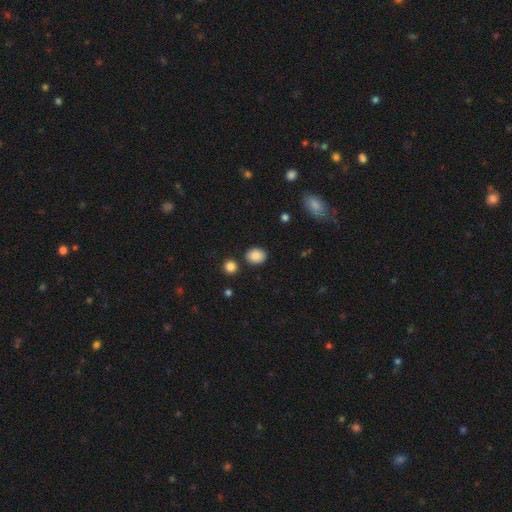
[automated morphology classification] smooth_or_featured: smooth (p=0.87) [alt: star or artifact p=0.09]
how_rounded: in between (p=0.55) [alt: round p=0.44]
merging: none (p=0.83) [alt: minor disturbance p=0.10]